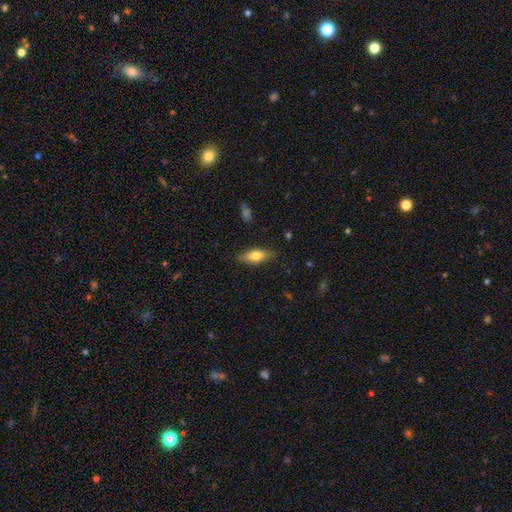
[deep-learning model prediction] Smooth or featured? Predicted: smooth (p=0.71). How rounded? Predicted: in between (p=0.68). Merging? Predicted: none (p=0.82).